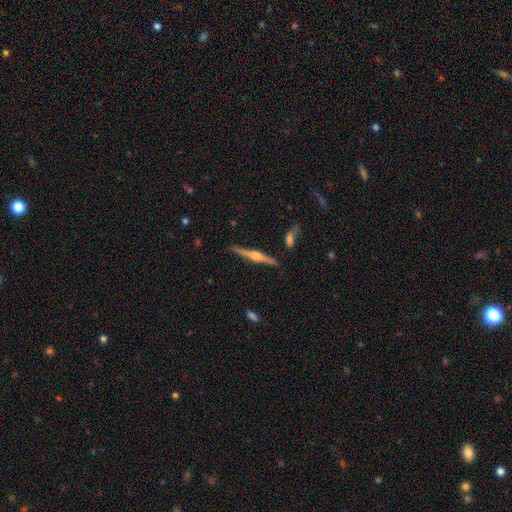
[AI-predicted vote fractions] Smooth or featured: featured or disk — 80% (smooth — 15%)
Edge-on disk: yes — 98% (no — 2%)
Edge-on bulge: rounded — 87% (boxy — 9%)
Merging: none — 87% (minor disturbance — 8%)